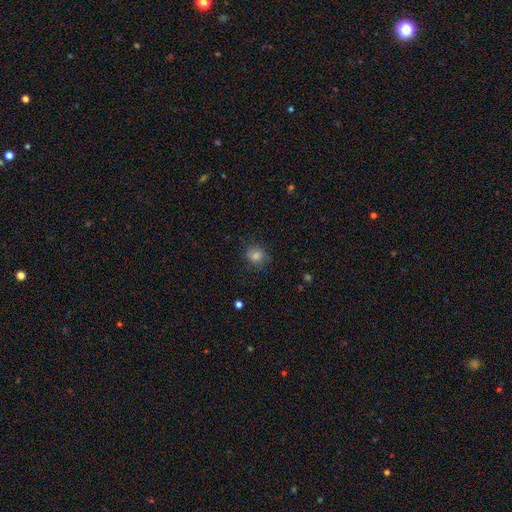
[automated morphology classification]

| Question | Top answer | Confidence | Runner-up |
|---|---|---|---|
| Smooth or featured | smooth | 74% | star or artifact (16%) |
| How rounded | round | 77% | in between (22%) |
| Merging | none | 81% | minor disturbance (13%) |